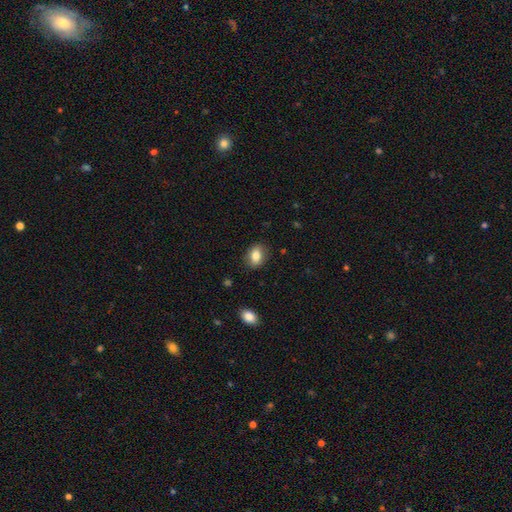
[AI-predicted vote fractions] A smooth galaxy with no disk features (81%) that is in between round and cigar-shaped (72%). Merging: none (85%).